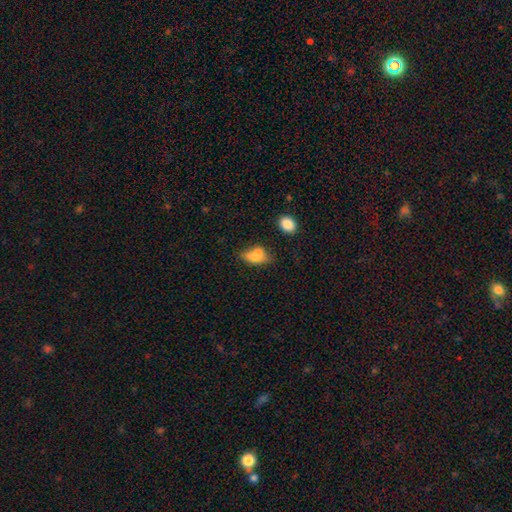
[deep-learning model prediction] Smooth or featured: smooth — 72% (featured or disk — 18%)
How rounded: in between — 84% (round — 10%)
Merging: none — 41% (merger — 27%)